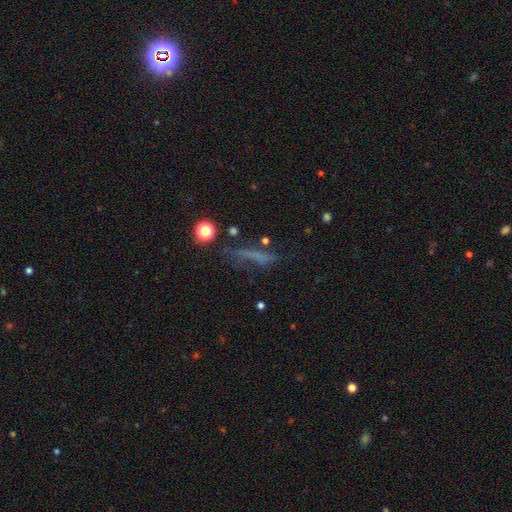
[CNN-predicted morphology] Smooth or featured? smooth (51%)
How rounded? cigar-shaped (76%)
Merging? none (57%)